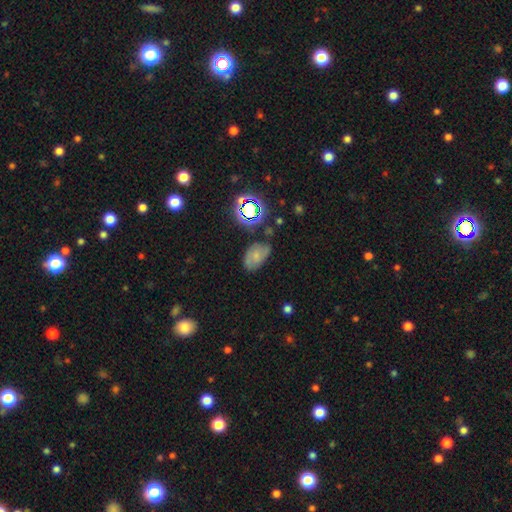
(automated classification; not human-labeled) The model was most divided on "smooth or featured": smooth: 46%, featured or disk: 37%, star or artifact: 17%. More confident: merging — none (55%).